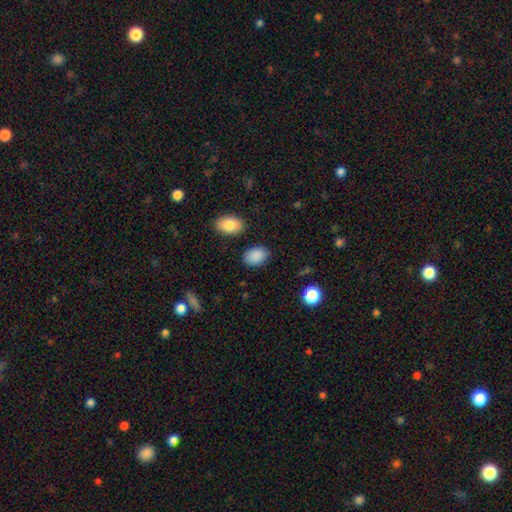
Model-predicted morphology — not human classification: smooth-or-featured: smooth: 88% | star or artifact: 8% | featured or disk: 4%
  how-rounded: in between: 81% | round: 18% | cigar-shaped: 1%
  merging: none: 83% | minor disturbance: 12% | major disturbance: 3% | merger: 2%